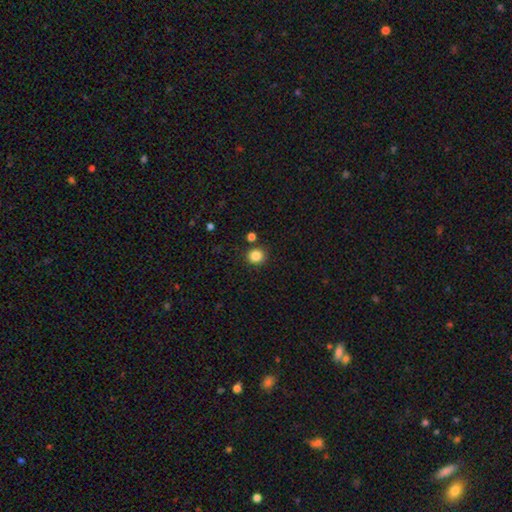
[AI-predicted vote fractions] Q: Smooth or featured?
A: smooth (85%); runner-up: star or artifact (11%)
Q: How rounded?
A: round (89%); runner-up: in between (10%)
Q: Merging?
A: none (87%); runner-up: minor disturbance (6%)